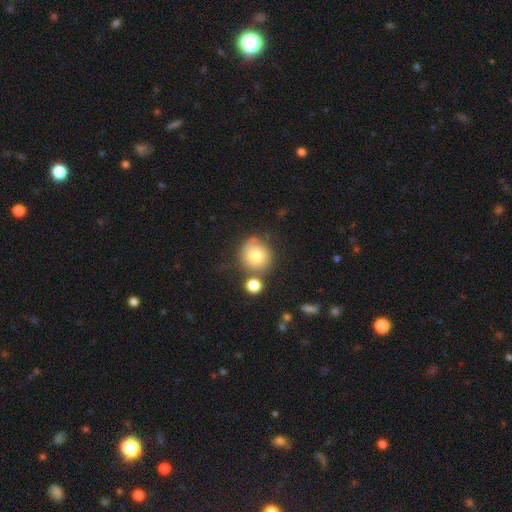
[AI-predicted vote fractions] smooth-or-featured: smooth: 76% | featured or disk: 15% | star or artifact: 10%
  how-rounded: round: 89% | in between: 10% | cigar-shaped: 1%
  merging: none: 61% | merger: 16% | minor disturbance: 16% | major disturbance: 6%